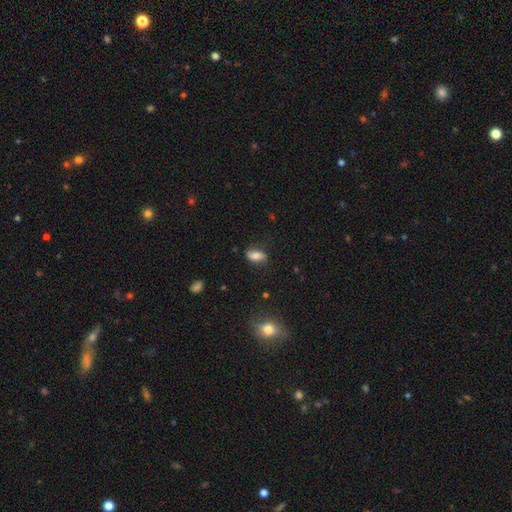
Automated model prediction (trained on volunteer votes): This appears to be a smooth galaxy with no disk features (55%) that is in between round and cigar-shaped (84%). Merging: none (70%).